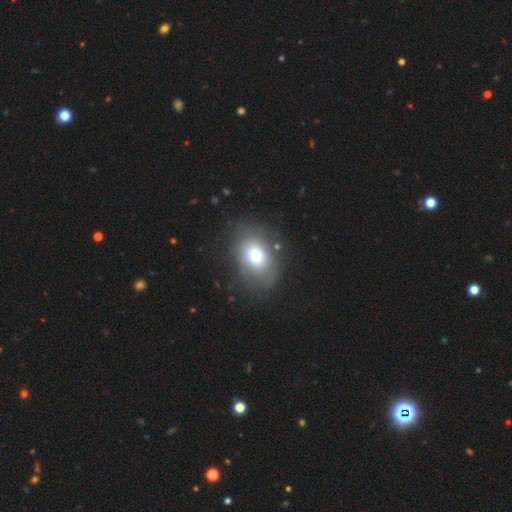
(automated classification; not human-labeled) smooth 69%, featured or disk 18%, star or artifact 13%. Down the decision tree: how rounded — in between (60%); merging — none (73%).